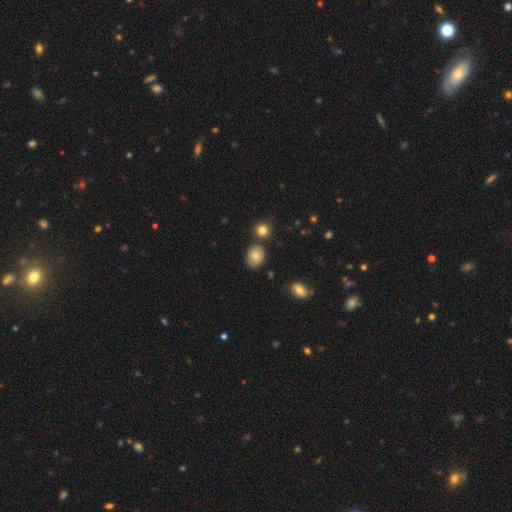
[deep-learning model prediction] Smooth or featured? smooth (76%)
How rounded? in between (51%)
Merging? none (70%)